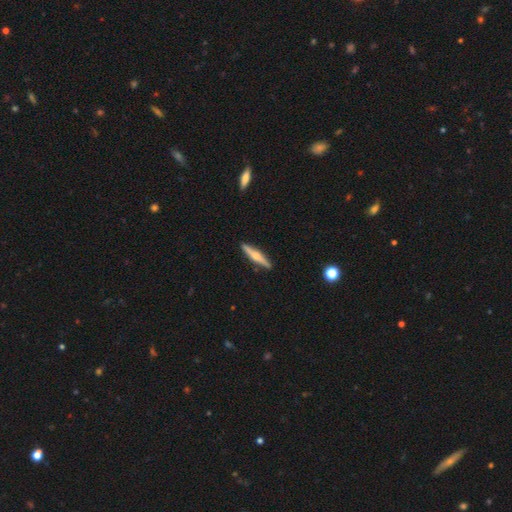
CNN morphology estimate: Smooth or featured?
  - featured or disk: 64% *
  - smooth: 31%
  - star or artifact: 6%
Edge-on disk?
  - yes: 97% *
  - no: 3%
Edge-on bulge?
  - rounded: 88% *
  - boxy: 7%
  - none: 5%
Merging?
  - none: 90% *
  - minor disturbance: 7%
  - major disturbance: 1%
  - merger: 1%